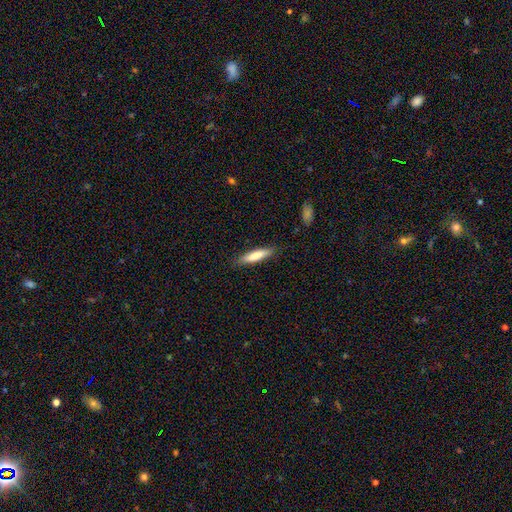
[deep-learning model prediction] Morphology: type=smooth (75%); roundness=cigar-shaped (82%); merging=none (86%).